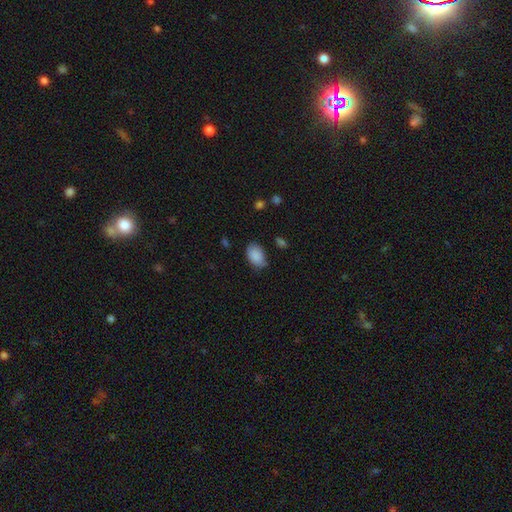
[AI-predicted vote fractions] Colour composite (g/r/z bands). It shows a smooth galaxy with no disk features (88%) that is in between round and cigar-shaped (87%). Merging: none (68%).